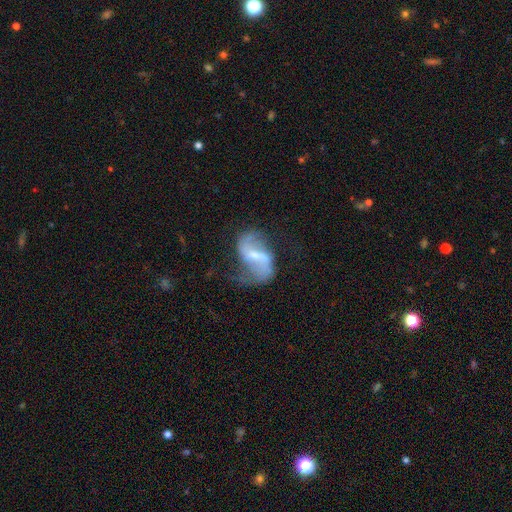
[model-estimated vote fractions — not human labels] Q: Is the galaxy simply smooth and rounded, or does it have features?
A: featured or disk — 83%.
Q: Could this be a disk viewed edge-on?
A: no — 97%.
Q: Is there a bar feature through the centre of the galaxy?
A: weak — 49%.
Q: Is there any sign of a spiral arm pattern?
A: yes — 92%.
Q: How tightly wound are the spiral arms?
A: loose — 65%.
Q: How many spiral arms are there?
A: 2 — 88%.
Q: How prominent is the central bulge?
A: small — 51%.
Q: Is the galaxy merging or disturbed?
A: none — 54%.